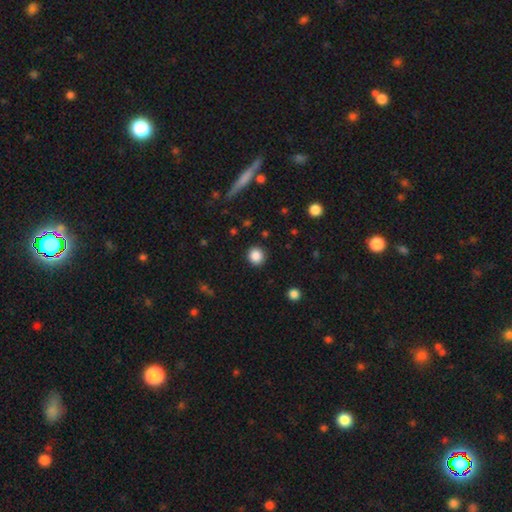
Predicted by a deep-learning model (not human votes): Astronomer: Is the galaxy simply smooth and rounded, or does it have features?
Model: smooth — 87%.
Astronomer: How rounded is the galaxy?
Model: round — 91%.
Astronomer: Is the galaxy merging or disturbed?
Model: none — 91%.